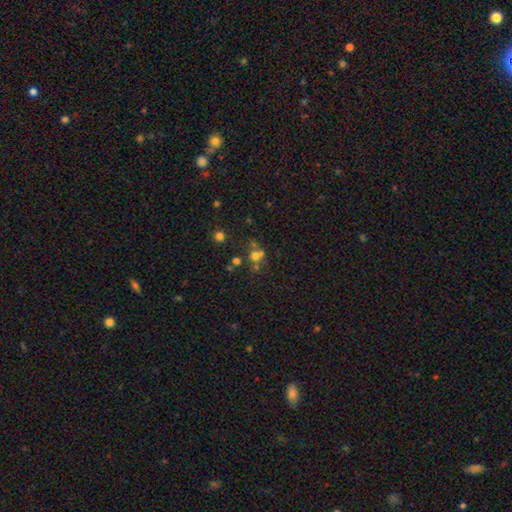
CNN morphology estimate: Smooth or featured? Predicted: smooth (p=0.57). How rounded? Predicted: round (p=0.81). Merging? Predicted: none (p=0.48).